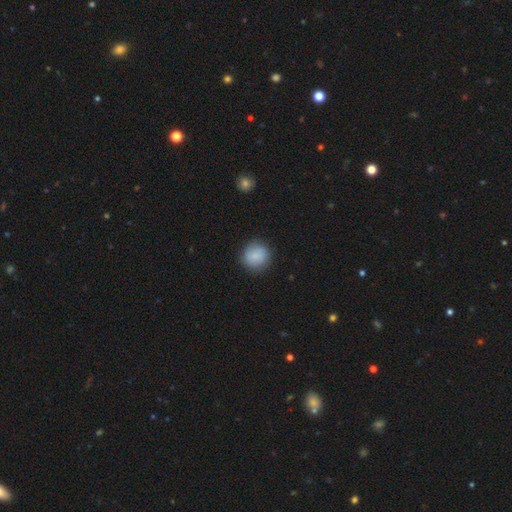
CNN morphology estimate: Q: Smooth or featured?
A: smooth (85%); runner-up: featured or disk (7%)
Q: How rounded?
A: round (90%); runner-up: in between (9%)
Q: Merging?
A: none (86%); runner-up: minor disturbance (10%)